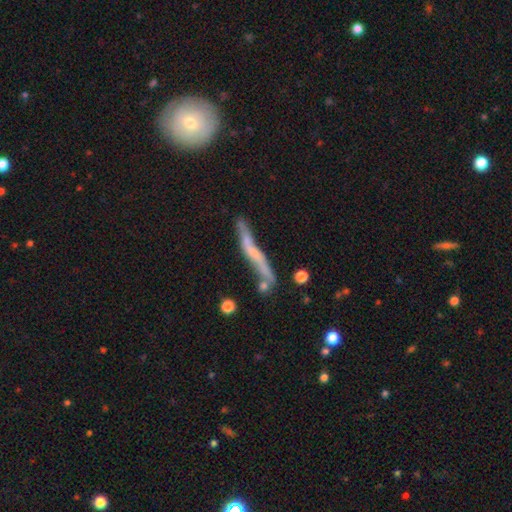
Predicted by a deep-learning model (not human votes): Q: Smooth or featured?
A: featured or disk (56%); runner-up: smooth (36%)
Q: Edge-on disk?
A: yes (77%); runner-up: no (23%)
Q: Merging?
A: none (57%); runner-up: minor disturbance (23%)